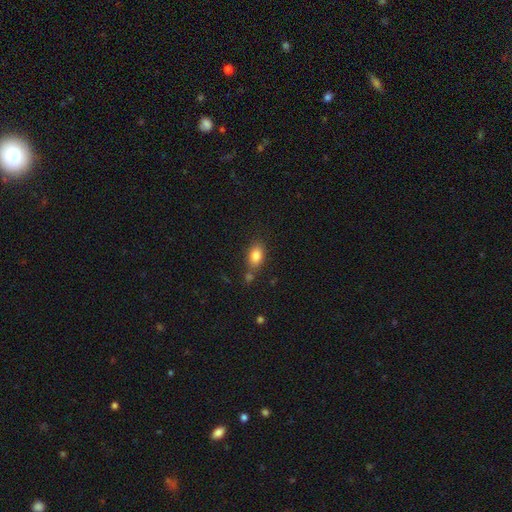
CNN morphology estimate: Q: Smooth or featured?
A: smooth (83%); runner-up: star or artifact (9%)
Q: How rounded?
A: in between (82%); runner-up: round (15%)
Q: Merging?
A: none (68%); runner-up: minor disturbance (14%)